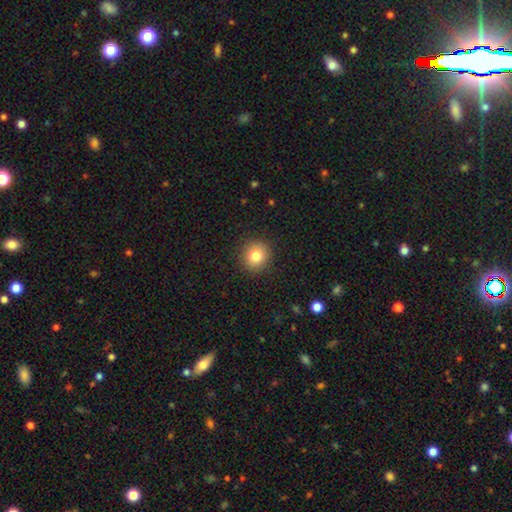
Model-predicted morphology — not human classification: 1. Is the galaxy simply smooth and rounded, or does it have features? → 82% smooth, 11% star or artifact, 7% featured or disk.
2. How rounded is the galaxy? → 88% round, 11% in between, 1% cigar-shaped.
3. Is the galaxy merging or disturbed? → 91% none, 6% minor disturbance, 2% major disturbance, 1% merger.